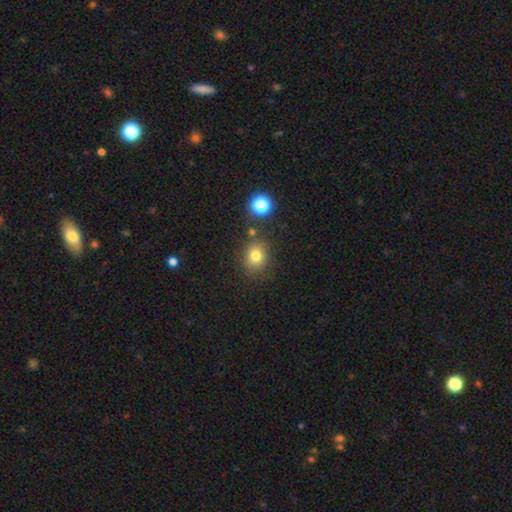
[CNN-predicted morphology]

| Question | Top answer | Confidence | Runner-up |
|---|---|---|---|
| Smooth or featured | smooth | 77% | star or artifact (15%) |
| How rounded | round | 67% | in between (32%) |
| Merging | none | 77% | minor disturbance (12%) |